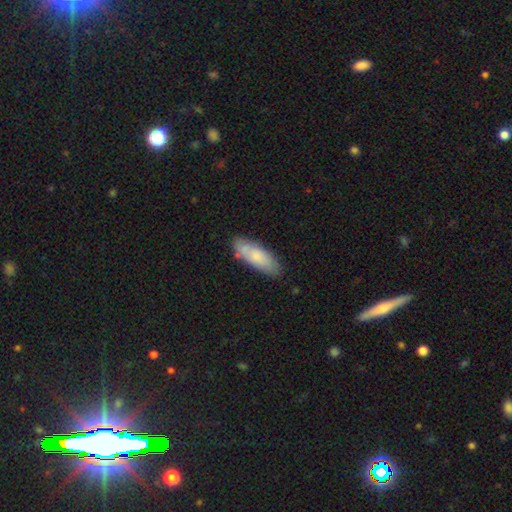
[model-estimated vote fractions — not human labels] Smooth or featured? smooth (74%)
How rounded? in between (68%)
Merging? none (75%)